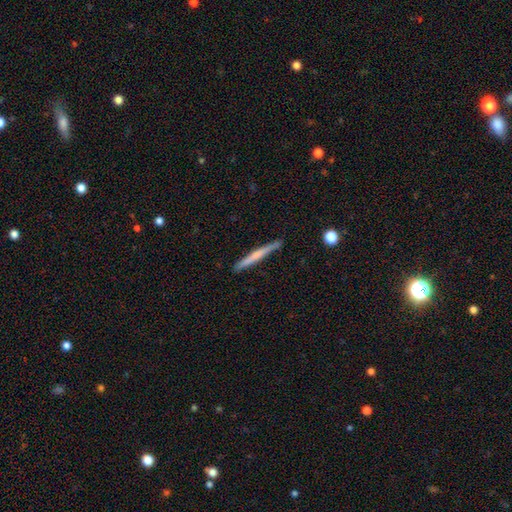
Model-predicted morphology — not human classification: A smooth galaxy with no disk features (48%). Merging: none (88%).